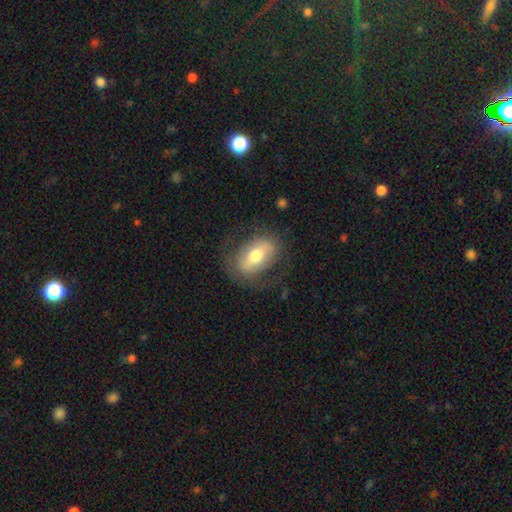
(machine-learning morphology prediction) The model was most divided on "smooth or featured": smooth: 47%, featured or disk: 46%, star or artifact: 7%. More confident: merging — none (72%).